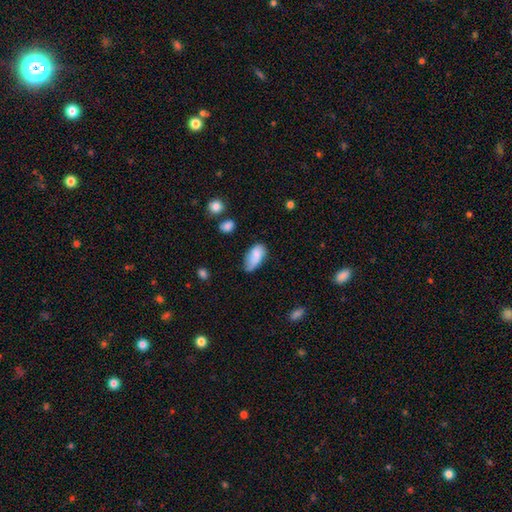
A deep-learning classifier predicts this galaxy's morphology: type=smooth (79%); roundness=in between (92%); merging=minor disturbance (42%).